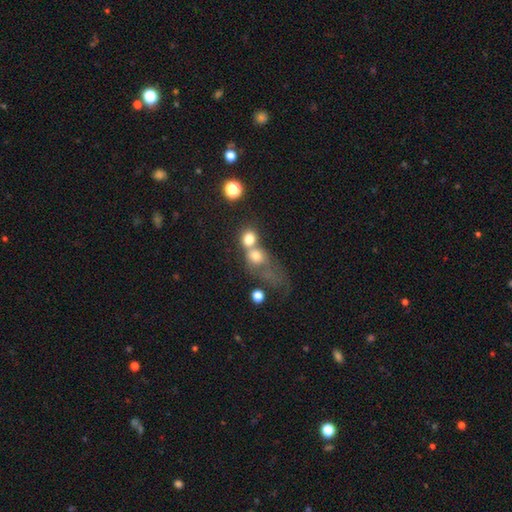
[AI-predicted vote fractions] Smooth or featured?
  - smooth: 68% *
  - featured or disk: 18%
  - star or artifact: 14%
How rounded?
  - round: 70% *
  - in between: 28%
  - cigar-shaped: 2%
Merging?
  - merger: 62% *
  - none: 21%
  - major disturbance: 10%
  - minor disturbance: 7%